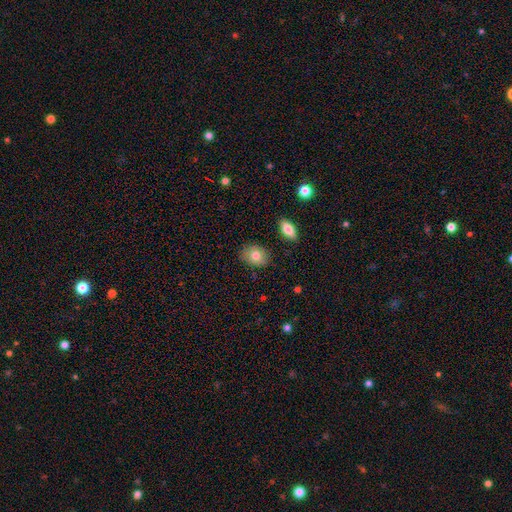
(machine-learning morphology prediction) This is likely a smooth galaxy (79%). How rounded: likely in between (63%). Merging: clearly none (83%).